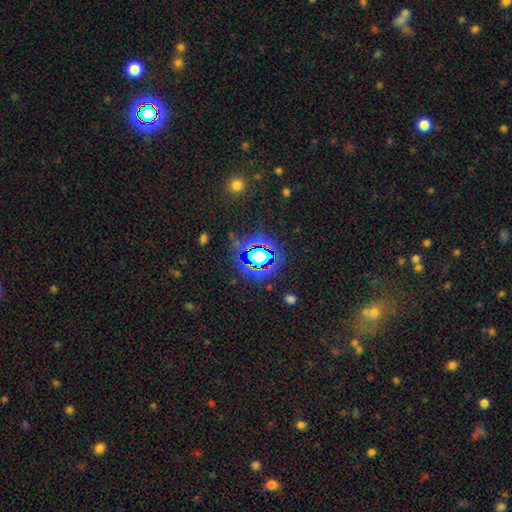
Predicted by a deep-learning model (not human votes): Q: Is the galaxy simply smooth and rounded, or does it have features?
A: star or artifact — 66%.